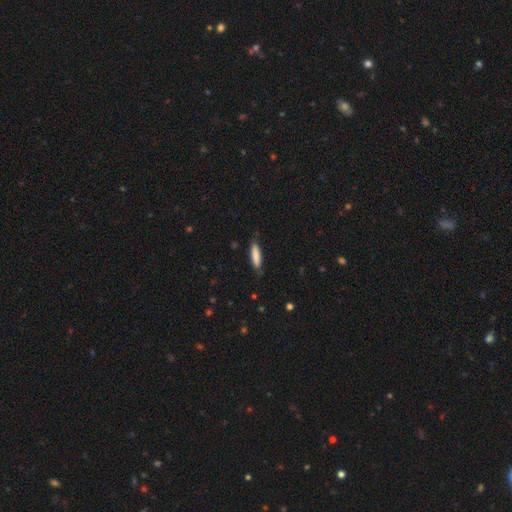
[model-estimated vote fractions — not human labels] Morphology: type=smooth (81%); roundness=cigar-shaped (72%); merging=none (80%).